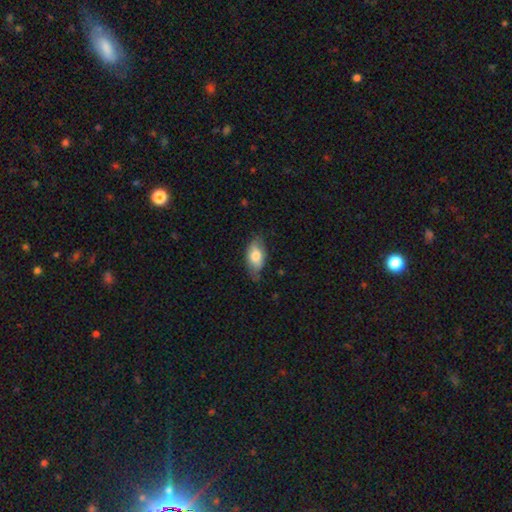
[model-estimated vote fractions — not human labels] Smooth or featured: smooth — 73% (featured or disk — 21%)
How rounded: in between — 90% (cigar-shaped — 6%)
Merging: none — 66% (minor disturbance — 28%)